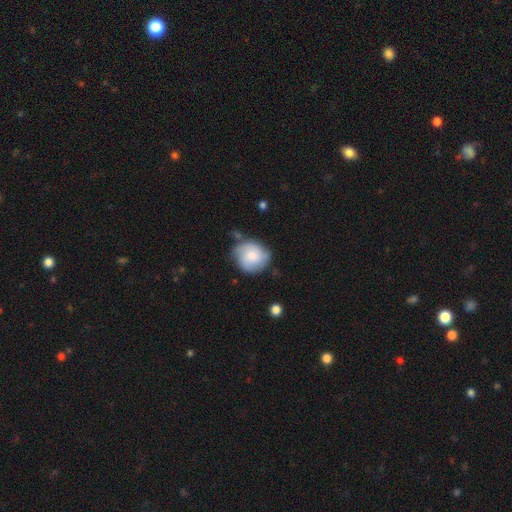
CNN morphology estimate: A smooth galaxy with no disk features (60%) that is round (83%).

Vote fractions:
- Smooth or featured? smooth: 60% / featured or disk: 33% / star or artifact: 7%
- How rounded? round: 83% / in between: 16% / cigar-shaped: 1%
- Merging? none: 62% / minor disturbance: 26% / major disturbance: 7% / merger: 5%